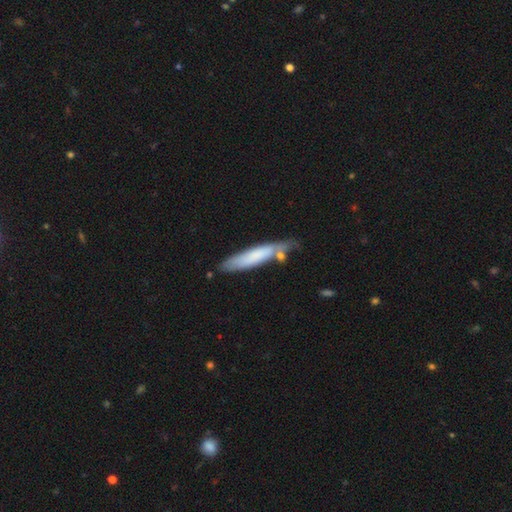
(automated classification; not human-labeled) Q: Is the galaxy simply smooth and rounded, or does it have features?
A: smooth — 68%.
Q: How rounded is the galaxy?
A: cigar-shaped — 83%.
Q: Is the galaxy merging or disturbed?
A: none — 61%.